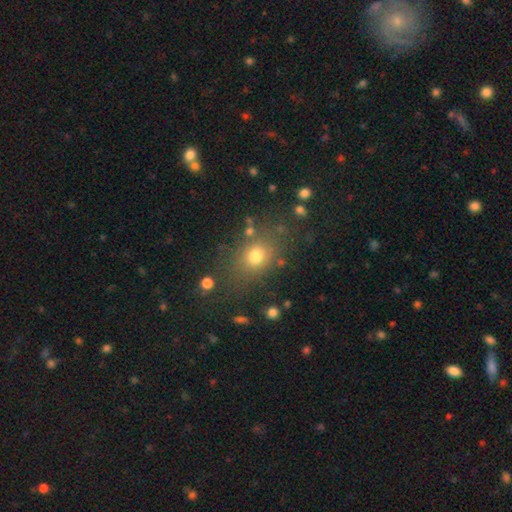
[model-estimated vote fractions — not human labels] Overall: smooth (74%). How rounded: round (50%; in between 48%). Merging: none (77%).